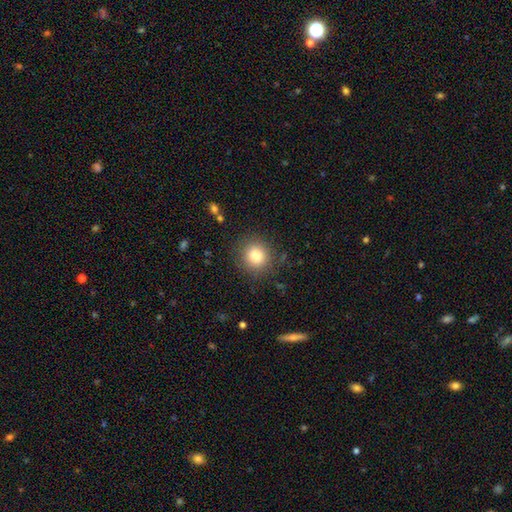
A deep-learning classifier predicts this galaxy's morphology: smooth-or-featured: smooth: 83% | star or artifact: 10% | featured or disk: 7%
  how-rounded: round: 87% | in between: 12% | cigar-shaped: 1%
  merging: none: 86% | minor disturbance: 9% | major disturbance: 4% | merger: 2%